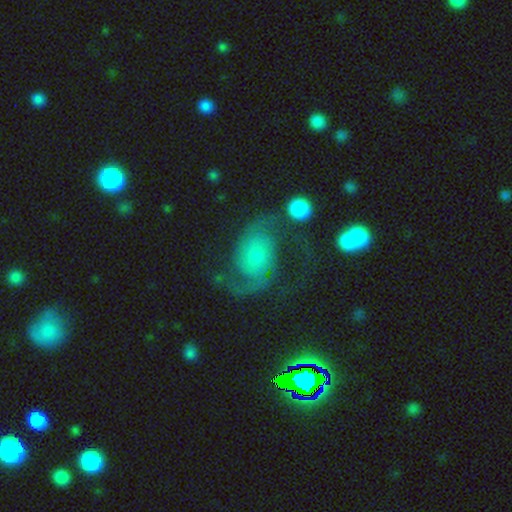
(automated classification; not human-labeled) A featured or disk galaxy (80%) with no bar (66%), 2 (87%) medium (48%) spiral arms (96%) and a small central bulge (39%). Merging: none (56%).